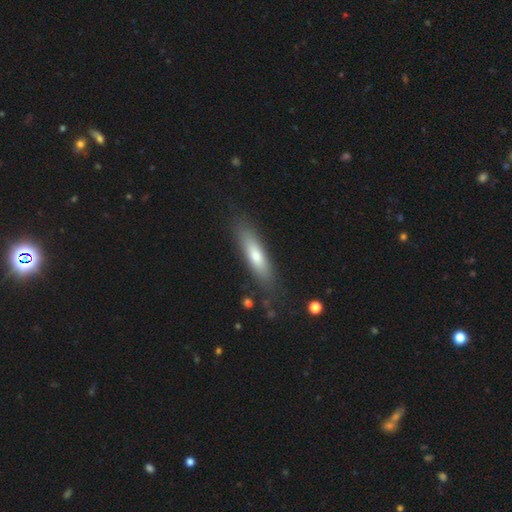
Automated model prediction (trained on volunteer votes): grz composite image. It shows a smooth galaxy with no disk features (66%) that is cigar-shaped (69%). Merging: none (83%).